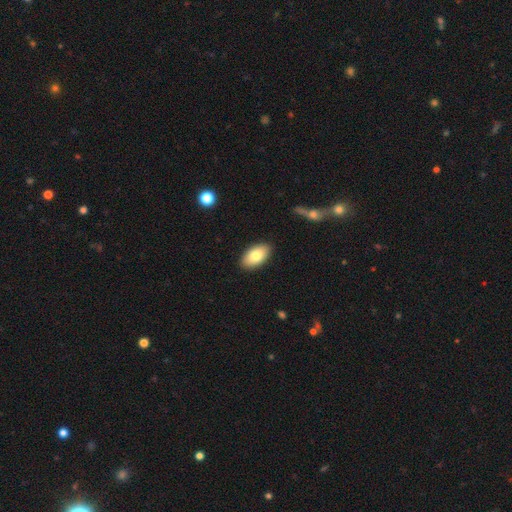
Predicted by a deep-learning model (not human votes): A smooth galaxy with no disk features (80%) that is in between round and cigar-shaped (95%).

Vote fractions:
- Smooth or featured? smooth: 80% / featured or disk: 14% / star or artifact: 6%
- How rounded? in between: 95% / round: 3% / cigar-shaped: 2%
- Merging? none: 89% / minor disturbance: 8% / major disturbance: 2% / merger: 1%